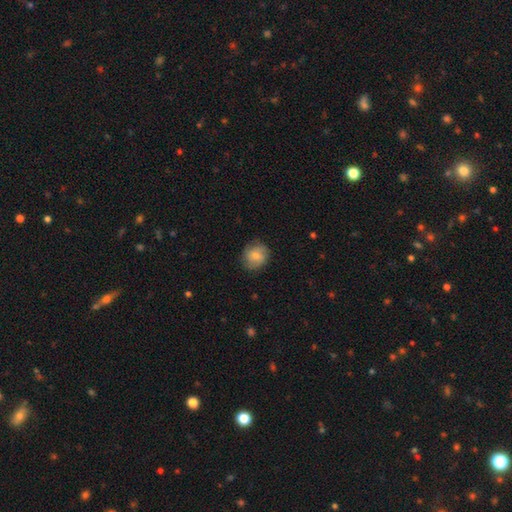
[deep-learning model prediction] Smooth or featured? smooth (68%)
How rounded? round (76%)
Merging? none (78%)